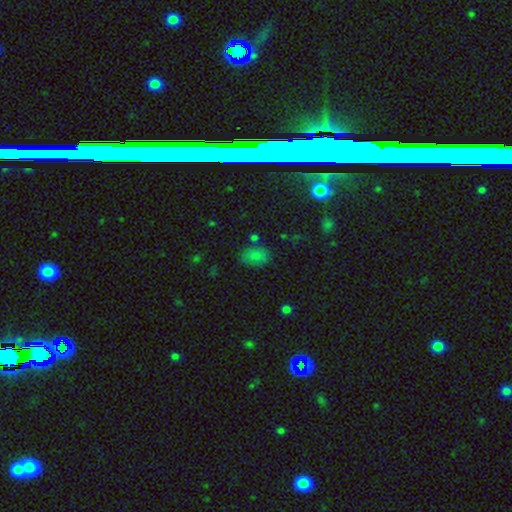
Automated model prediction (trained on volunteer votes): Smooth or featured? Predicted: smooth (p=0.76). How rounded? Predicted: in between (p=0.84). Merging? Predicted: none (p=0.69).